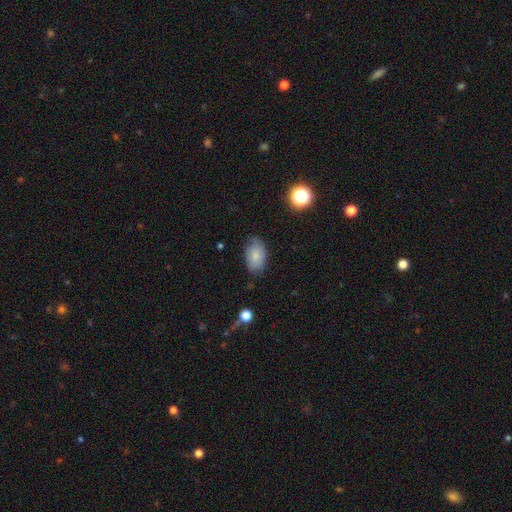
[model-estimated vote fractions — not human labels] Smooth or featured: smooth — 76% (featured or disk — 16%)
How rounded: in between — 90% (round — 9%)
Merging: none — 68% (minor disturbance — 24%)